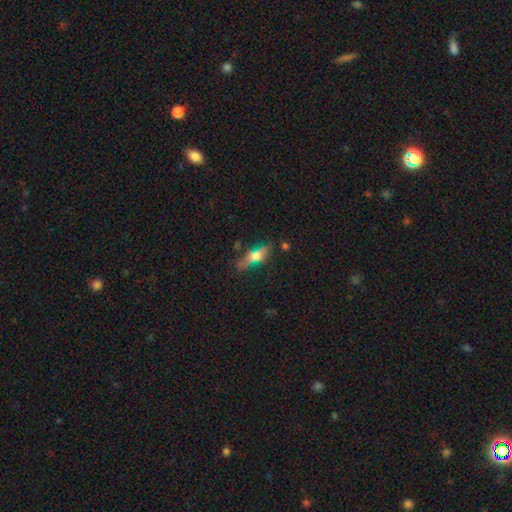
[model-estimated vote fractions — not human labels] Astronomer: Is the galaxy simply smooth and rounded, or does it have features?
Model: smooth — 46% (runner-up: featured or disk, 39%).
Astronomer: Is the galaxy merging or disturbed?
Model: none — 67%.